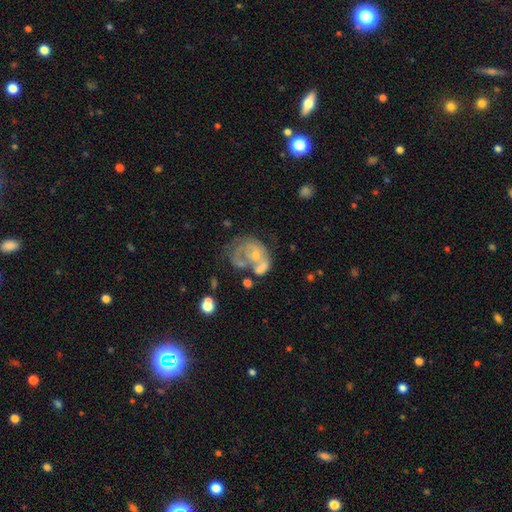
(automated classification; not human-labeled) Smooth or featured? Predicted: featured or disk (p=0.66). Edge-on disk? Predicted: no (p=0.98). Bar? Predicted: no (p=0.77). Spiral arms? Predicted: yes (p=0.51). Bulge size? Predicted: small (p=0.50). Merging? Predicted: major disturbance (p=0.32).